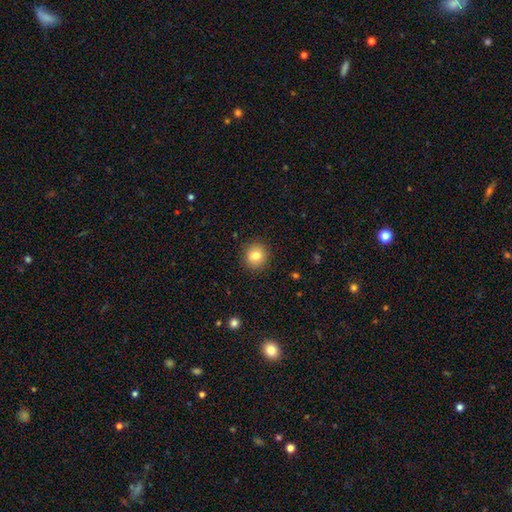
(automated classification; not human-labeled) Morphology: type=smooth (81%); roundness=round (91%); merging=none (91%).